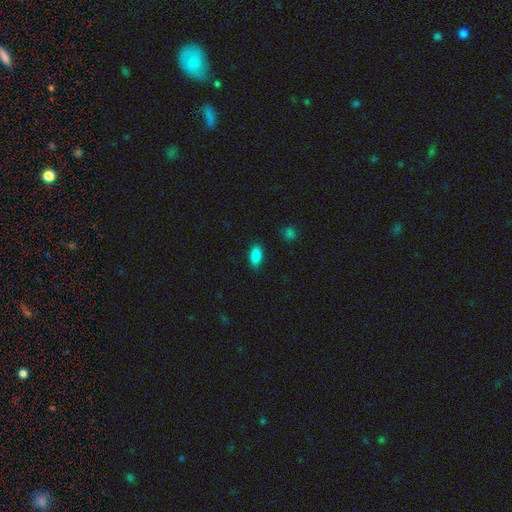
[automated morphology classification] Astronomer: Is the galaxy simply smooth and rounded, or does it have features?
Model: smooth — 88%.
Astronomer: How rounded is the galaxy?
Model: in between — 89%.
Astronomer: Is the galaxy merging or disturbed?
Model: none — 87%.